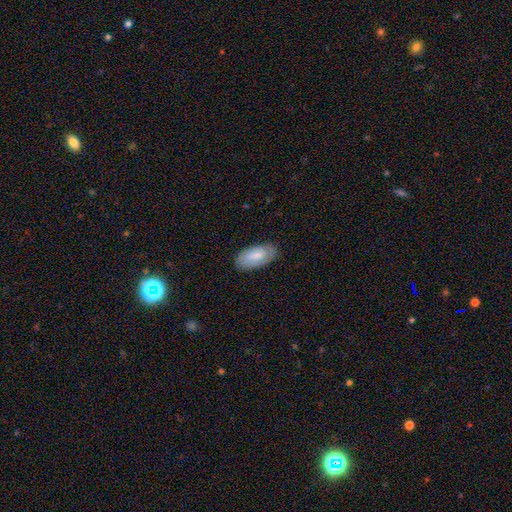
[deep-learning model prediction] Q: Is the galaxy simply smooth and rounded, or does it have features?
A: smooth — 70%.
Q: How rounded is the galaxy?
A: in between — 94%.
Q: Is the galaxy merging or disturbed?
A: none — 82%.